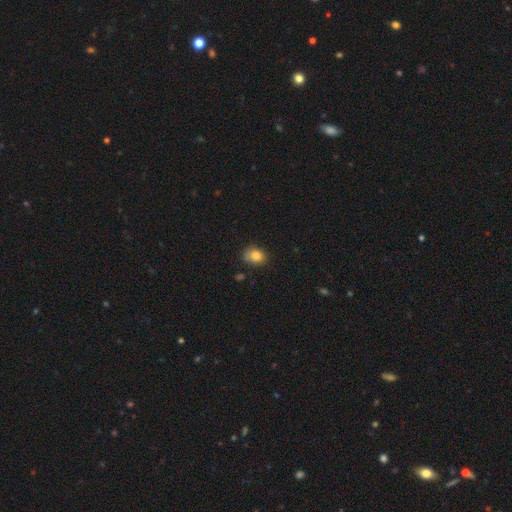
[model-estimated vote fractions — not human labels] A smooth galaxy with no disk features (82%) that is in between round and cigar-shaped (53%). Merging: none (66%).